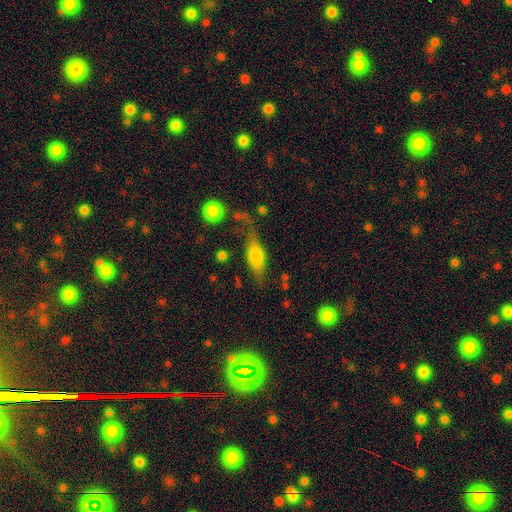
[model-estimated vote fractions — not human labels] Overall: smooth (61%; featured or disk 31%). How rounded: in between (67%). Merging: none (49%; minor disturbance 24%).